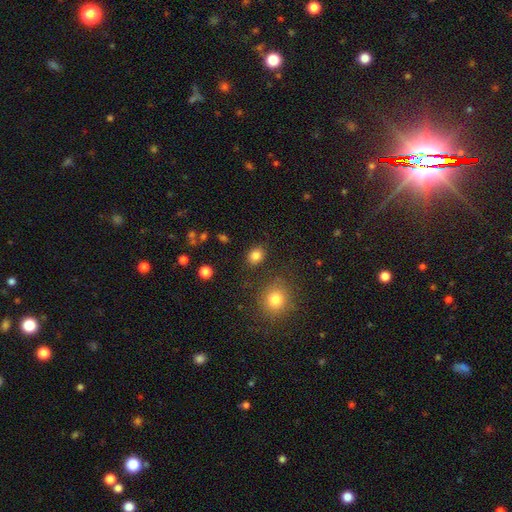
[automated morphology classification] type=smooth (83%); roundness=in between (54%); merging=none (84%).